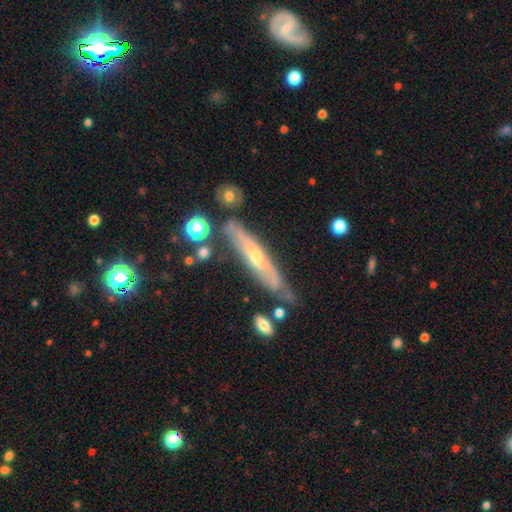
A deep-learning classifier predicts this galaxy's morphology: The model was most divided on "smooth or featured": featured or disk: 71%, smooth: 22%, star or artifact: 8%. More confident: edge-on disk — yes (75%); edge-on bulge — rounded (75%); merging — none (73%).